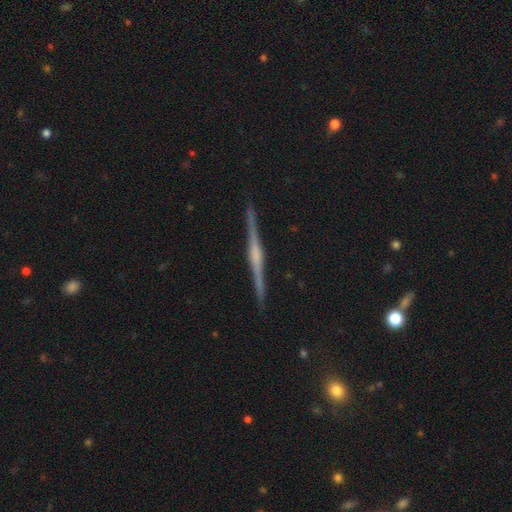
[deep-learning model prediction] A featured or disk galaxy (83%) viewed edge-on (99%) with a rounded central bulge (58%).

Vote fractions:
- Smooth or featured? featured or disk: 83% / smooth: 11% / star or artifact: 5%
- Edge-on disk? yes: 99% / no: 1%
- Edge-on bulge? rounded: 58% / boxy: 25% / none: 16%
- Merging? none: 92% / minor disturbance: 5% / major disturbance: 1% / merger: 1%